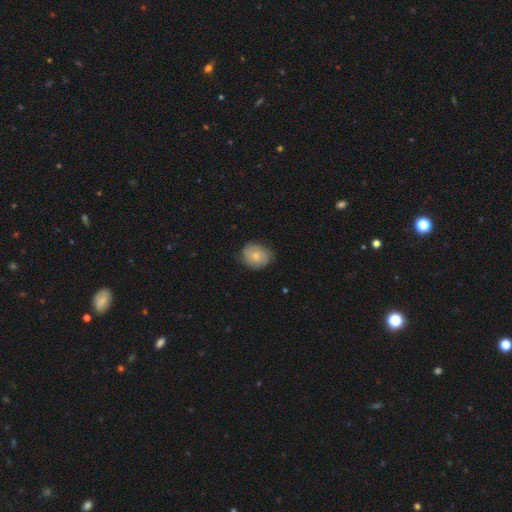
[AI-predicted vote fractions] The model was most divided on "how rounded": round: 69%, in between: 30%, cigar-shaped: 1%. More confident: merging — none (77%); smooth or featured — smooth (69%).